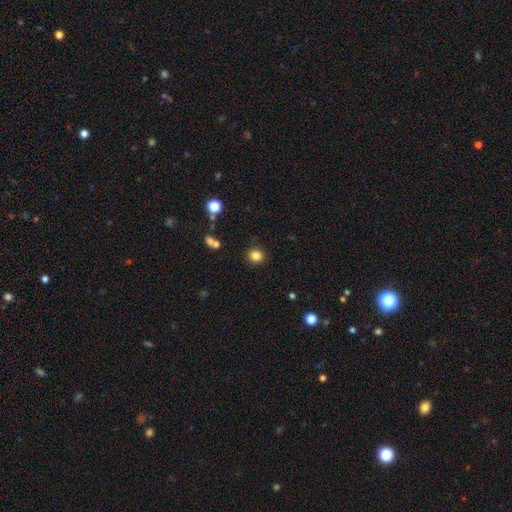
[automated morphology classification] Smooth or featured?
  - smooth: 83% *
  - star or artifact: 11%
  - featured or disk: 5%
How rounded?
  - round: 80% *
  - in between: 19%
  - cigar-shaped: 1%
Merging?
  - none: 88% *
  - minor disturbance: 8%
  - major disturbance: 2%
  - merger: 2%